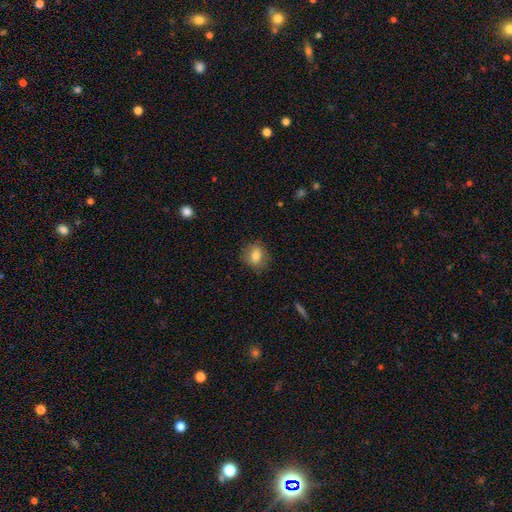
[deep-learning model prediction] Overall: smooth (78%). How rounded: round (56%; in between 42%). Merging: none (81%).